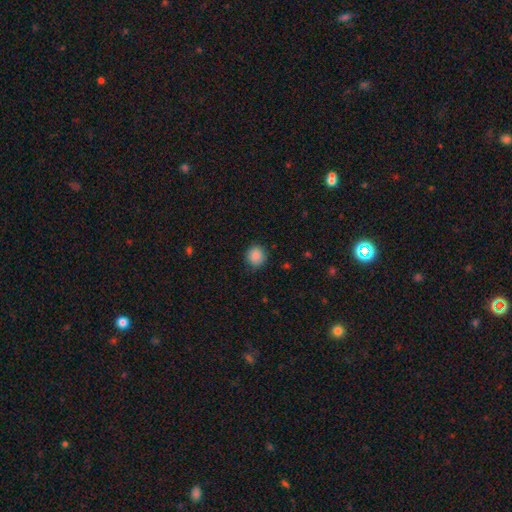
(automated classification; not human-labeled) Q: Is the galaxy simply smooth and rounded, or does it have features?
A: smooth — 88%.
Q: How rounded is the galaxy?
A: round — 84%.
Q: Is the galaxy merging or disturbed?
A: none — 86%.